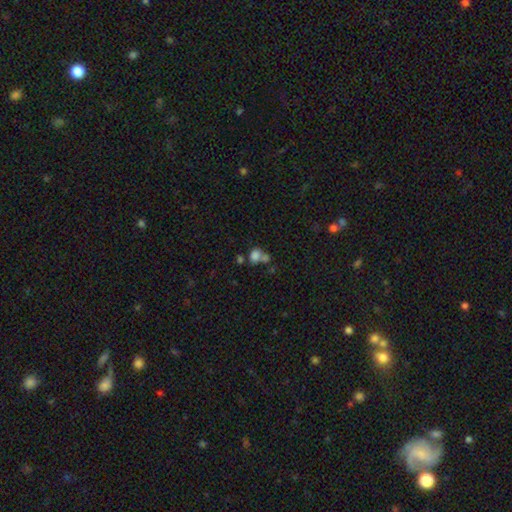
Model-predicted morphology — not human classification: type=smooth (77%); roundness=in between (50%); merging=merger (47%).